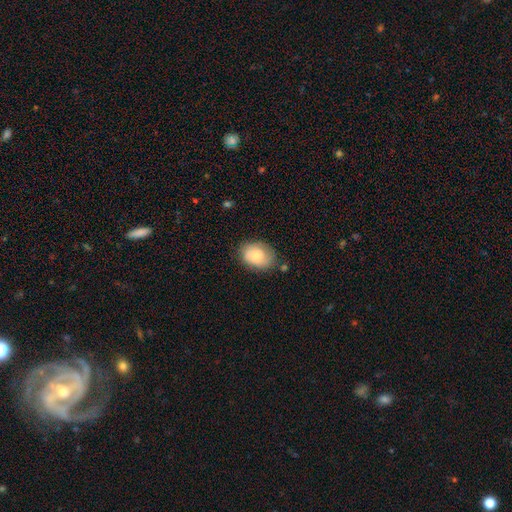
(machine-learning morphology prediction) smooth 76%, featured or disk 17%, star or artifact 7%. Down the decision tree: how rounded — in between (72%); merging — none (72%).